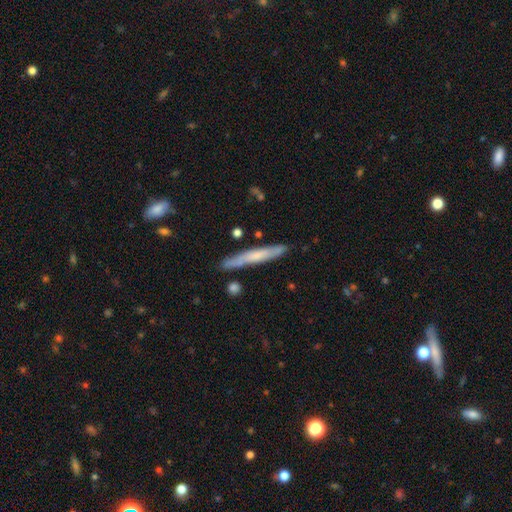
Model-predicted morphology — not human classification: Smooth or featured?
  - smooth: 51% *
  - featured or disk: 43%
  - star or artifact: 6%
How rounded?
  - cigar-shaped: 95% *
  - in between: 4%
  - round: 1%
Merging?
  - none: 83% *
  - minor disturbance: 12%
  - merger: 3%
  - major disturbance: 2%